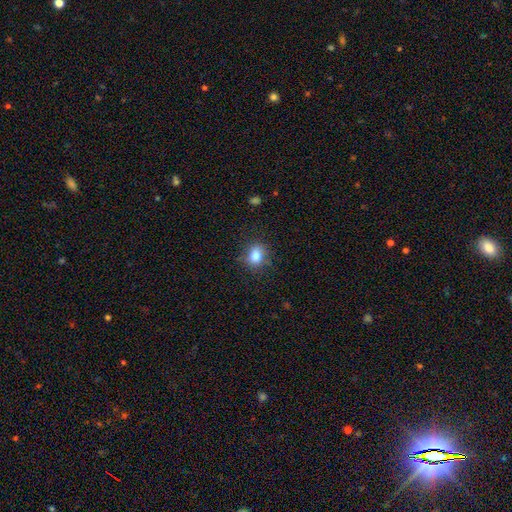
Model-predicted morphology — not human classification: Smooth or featured: smooth — 83% (star or artifact — 10%)
How rounded: round — 51% (in between — 47%)
Merging: none — 77% (minor disturbance — 17%)